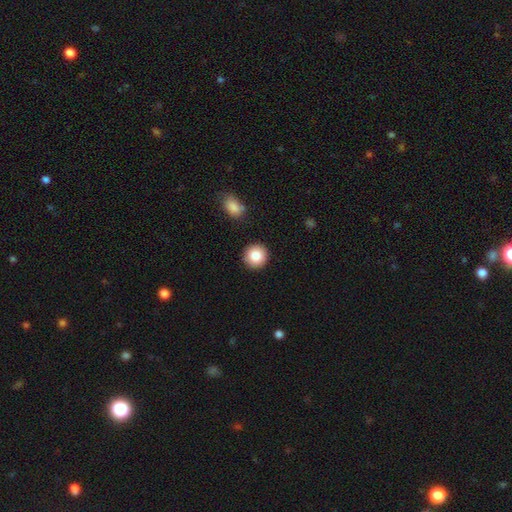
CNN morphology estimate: Smooth or featured: smooth — 85% (star or artifact — 8%)
How rounded: round — 93% (in between — 6%)
Merging: none — 90% (minor disturbance — 6%)